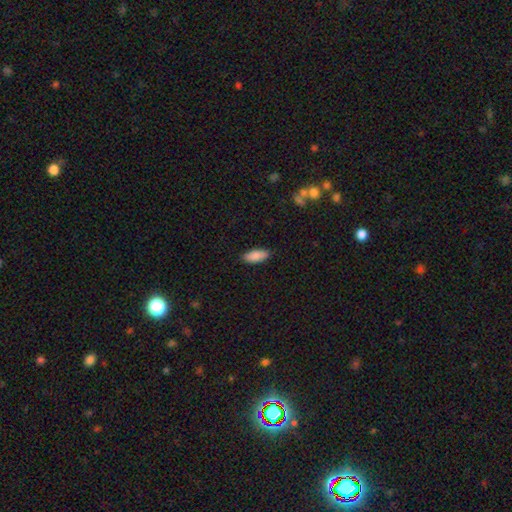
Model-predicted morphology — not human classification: Smooth or featured? Predicted: smooth (p=0.88). How rounded? Predicted: in between (p=0.84). Merging? Predicted: none (p=0.87).